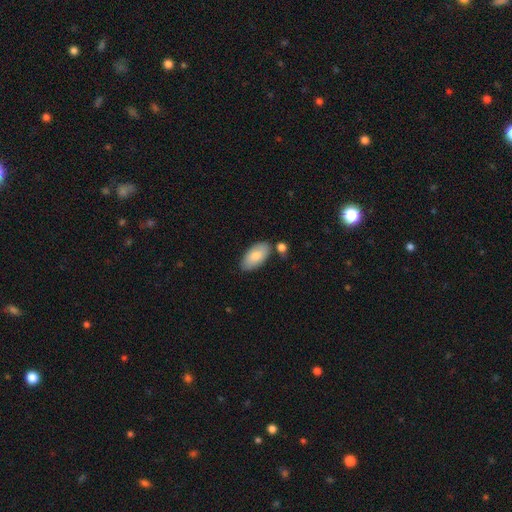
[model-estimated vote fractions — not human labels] smooth-or-featured: smooth: 81% | featured or disk: 13% | star or artifact: 6%
  how-rounded: in between: 95% | cigar-shaped: 3% | round: 2%
  merging: none: 76% | minor disturbance: 13% | merger: 8% | major disturbance: 3%